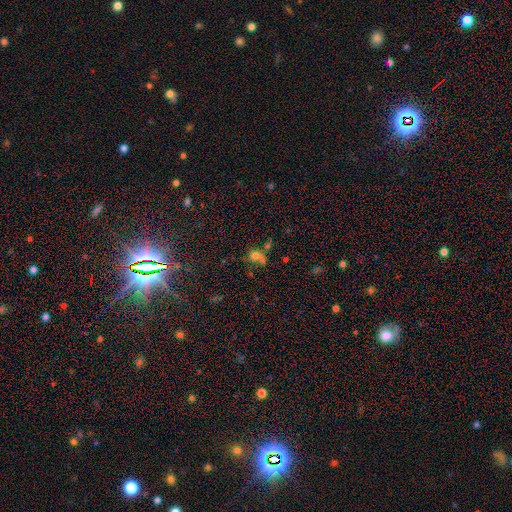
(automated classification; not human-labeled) Morphology: type=smooth (66%); roundness=round (74%); merging=merger (38%, tied with none).